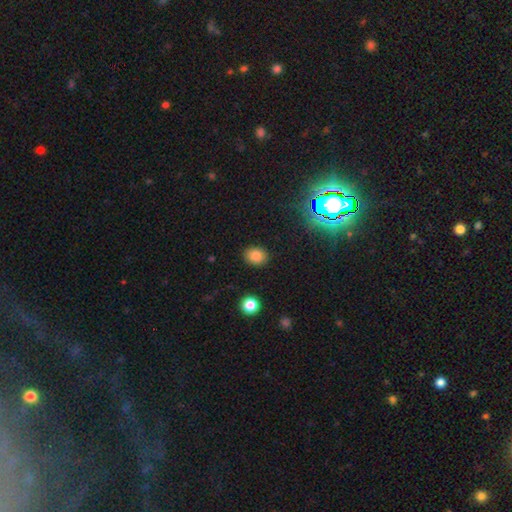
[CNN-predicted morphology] type=smooth (82%); roundness=round (55%); merging=none (87%).